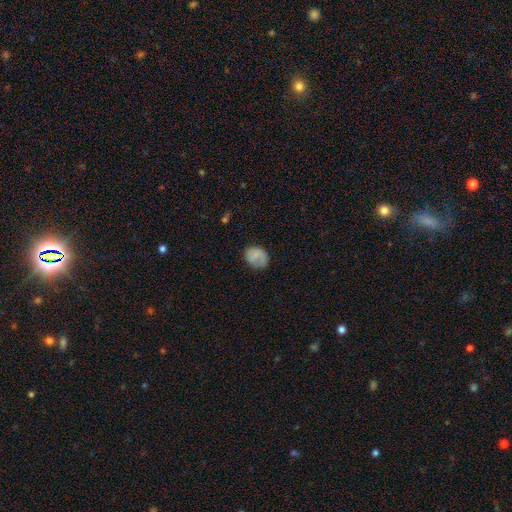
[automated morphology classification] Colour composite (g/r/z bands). It shows a smooth galaxy with no disk features (76%) that is round (51%). Merging: none (61%).